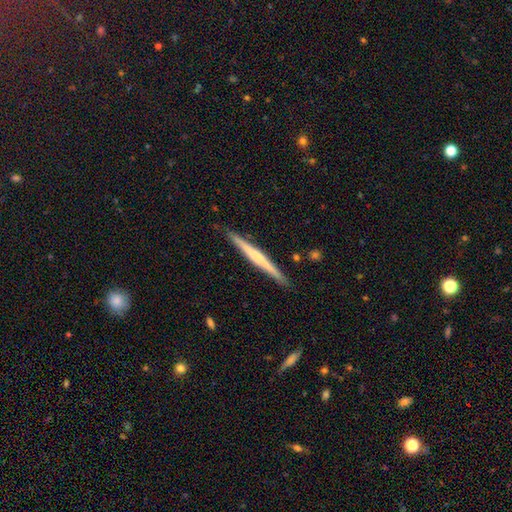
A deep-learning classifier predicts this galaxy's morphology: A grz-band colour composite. It shows a featured or disk galaxy (61%) viewed edge-on (98%) with no central bulge (47%). Merging: none (90%).